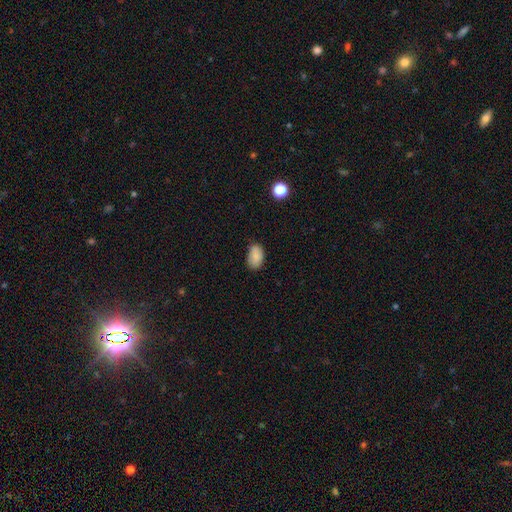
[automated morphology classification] smooth 87%, star or artifact 9%, featured or disk 4%. Down the decision tree: how rounded — in between (89%); merging — none (74%).